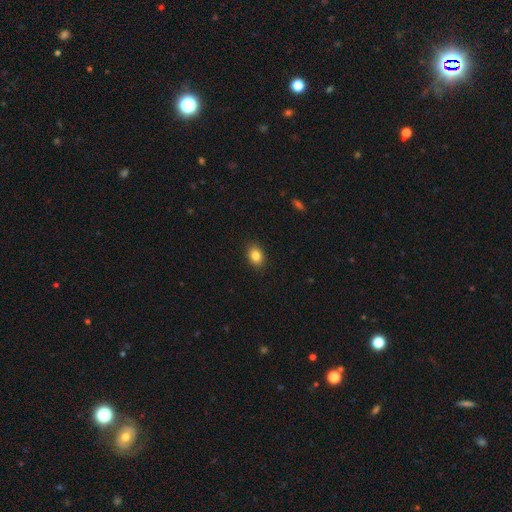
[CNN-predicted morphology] smooth 84%, star or artifact 10%, featured or disk 6%. Down the decision tree: how rounded — in between (64%); merging — none (90%).